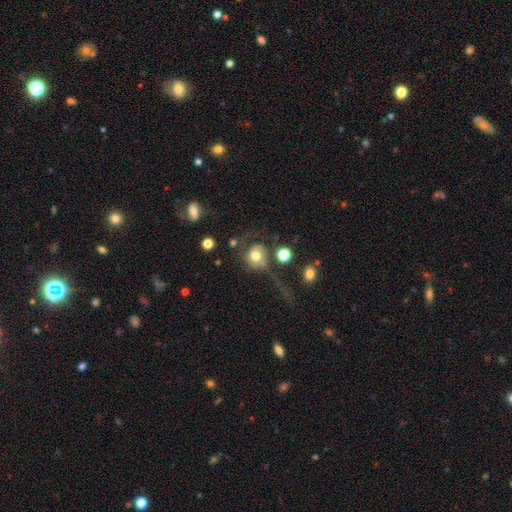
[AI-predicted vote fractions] The model was most divided on "merging": major disturbance: 37%, none: 34%, minor disturbance: 17%, merger: 12%. More confident: how rounded — round (80%); smooth or featured — smooth (53%).